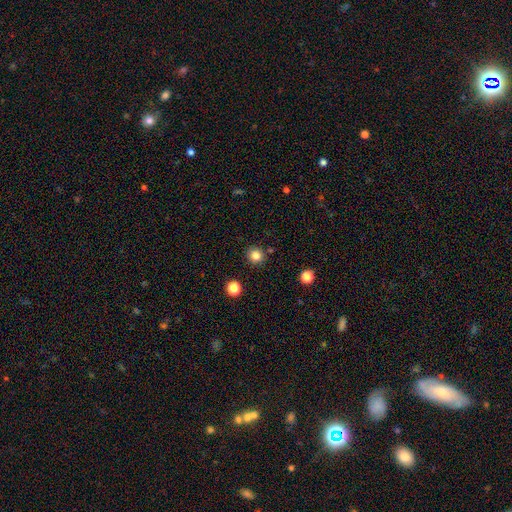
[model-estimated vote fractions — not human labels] A smooth galaxy with no disk features (83%) that is round (92%).

Vote fractions:
- Smooth or featured? smooth: 83% / star or artifact: 12% / featured or disk: 5%
- How rounded? round: 92% / in between: 7% / cigar-shaped: 1%
- Merging? none: 89% / minor disturbance: 6% / merger: 3% / major disturbance: 2%